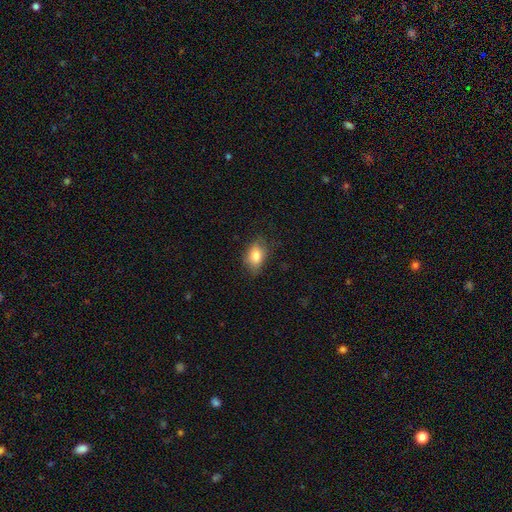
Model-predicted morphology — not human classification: type=smooth (81%); roundness=in between (81%); merging=none (75%).